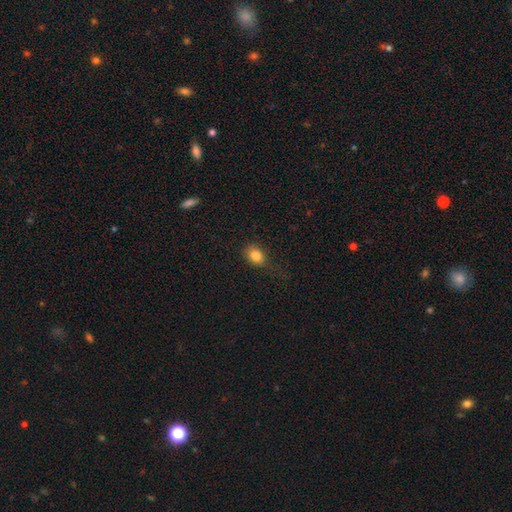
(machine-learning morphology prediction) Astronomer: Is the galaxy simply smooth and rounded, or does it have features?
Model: smooth — 82%.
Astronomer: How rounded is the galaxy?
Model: in between — 62%.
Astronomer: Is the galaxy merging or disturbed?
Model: none — 67%.